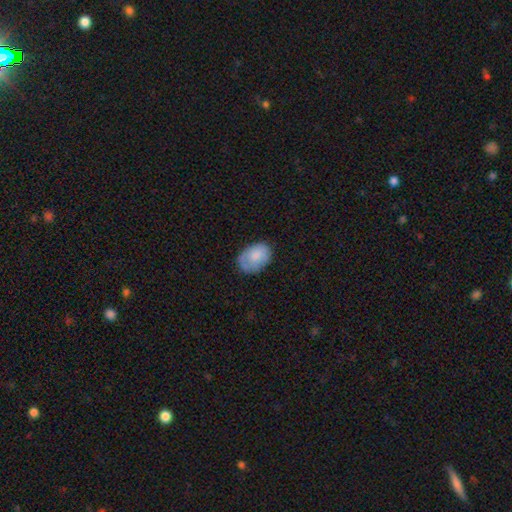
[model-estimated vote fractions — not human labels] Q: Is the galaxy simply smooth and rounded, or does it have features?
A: smooth — 78%.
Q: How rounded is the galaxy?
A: in between — 82%.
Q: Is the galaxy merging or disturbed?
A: none — 60%.